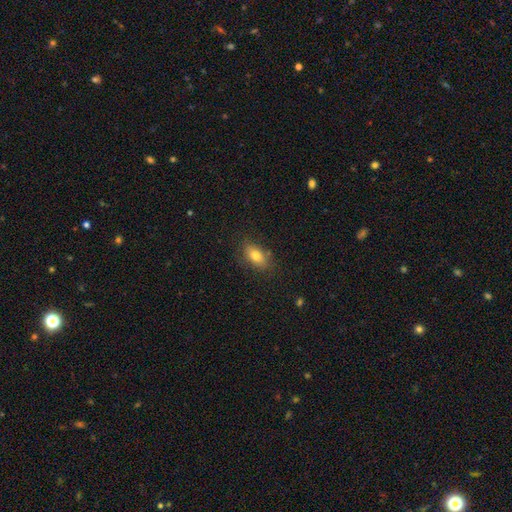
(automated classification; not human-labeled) Smooth or featured?
  - smooth: 79% *
  - featured or disk: 12%
  - star or artifact: 9%
How rounded?
  - in between: 86% *
  - round: 8%
  - cigar-shaped: 5%
Merging?
  - none: 81% *
  - minor disturbance: 14%
  - major disturbance: 3%
  - merger: 2%